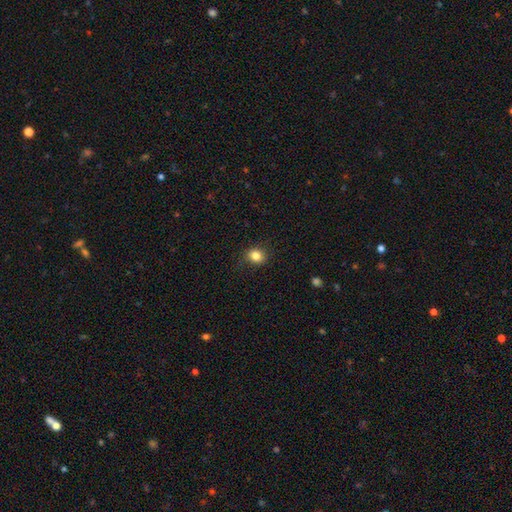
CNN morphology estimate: The model was most divided on "how rounded": round: 69%, in between: 30%, cigar-shaped: 1%. More confident: merging — none (85%); smooth or featured — smooth (83%).